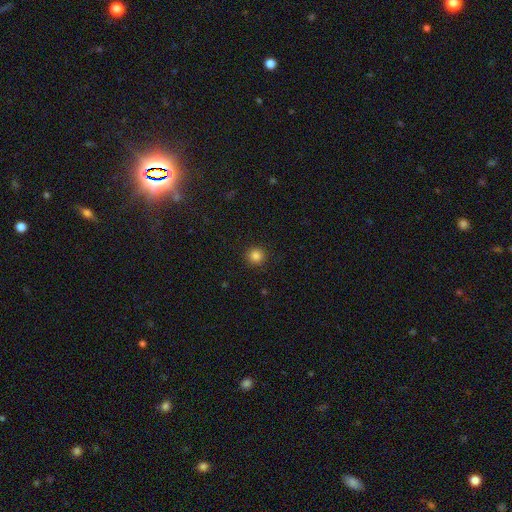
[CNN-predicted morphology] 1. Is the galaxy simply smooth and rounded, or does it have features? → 84% smooth, 12% star or artifact, 4% featured or disk.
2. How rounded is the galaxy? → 95% round, 4% in between, 1% cigar-shaped.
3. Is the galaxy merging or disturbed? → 92% none, 5% minor disturbance, 2% major disturbance, 1% merger.